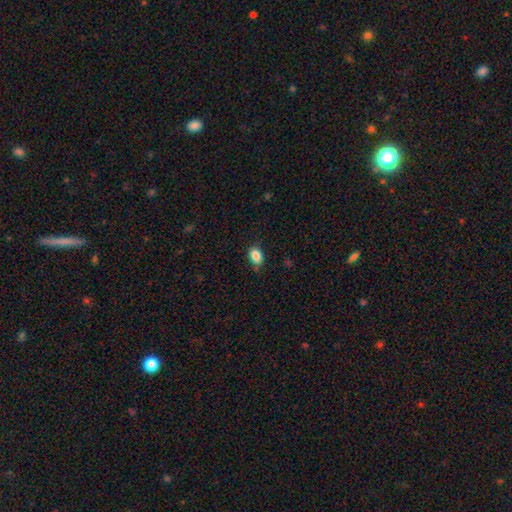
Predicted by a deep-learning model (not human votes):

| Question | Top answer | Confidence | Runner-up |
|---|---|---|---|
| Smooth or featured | smooth | 87% | star or artifact (9%) |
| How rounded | in between | 83% | round (16%) |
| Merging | none | 76% | minor disturbance (19%) |